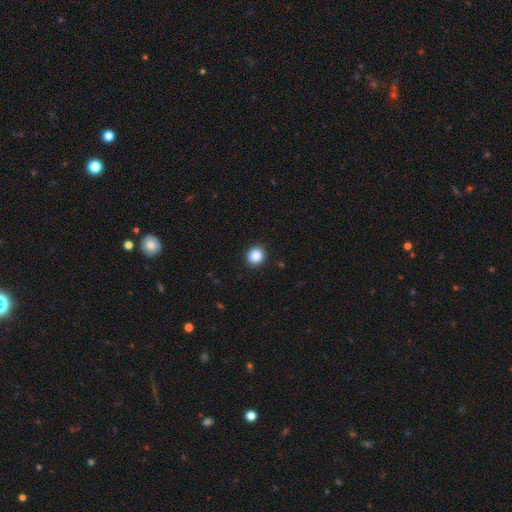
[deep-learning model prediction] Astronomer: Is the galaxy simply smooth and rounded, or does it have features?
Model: smooth — 87%.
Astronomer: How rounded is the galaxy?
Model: round — 88%.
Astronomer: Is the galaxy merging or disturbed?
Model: none — 92%.